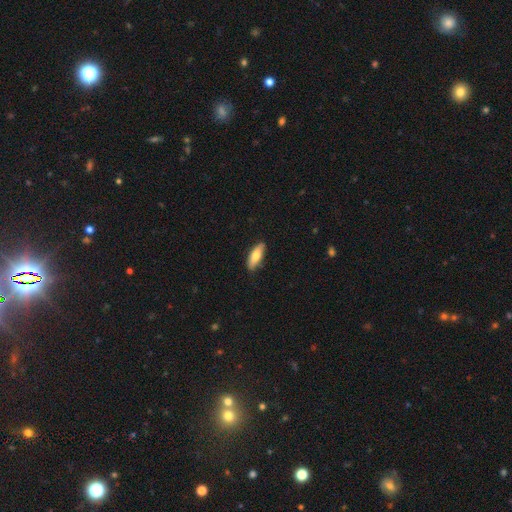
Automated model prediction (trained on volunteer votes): Q: Smooth or featured?
A: smooth (75%); runner-up: featured or disk (20%)
Q: How rounded?
A: in between (59%); runner-up: cigar-shaped (39%)
Q: Merging?
A: none (86%); runner-up: minor disturbance (11%)